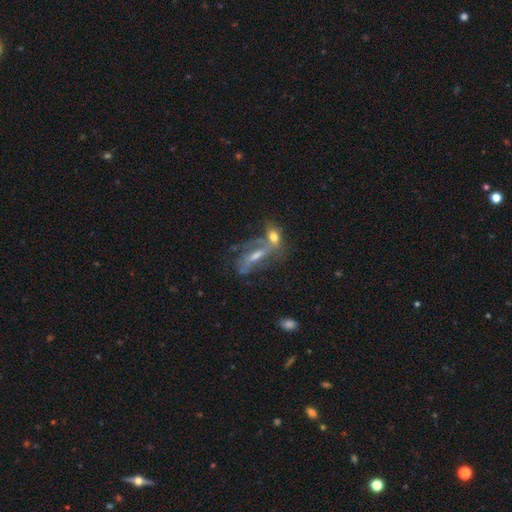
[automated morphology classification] Overall: featured or disk (65%). Edge-on disk: no (74%). Merging: merger (41%; none 33%).